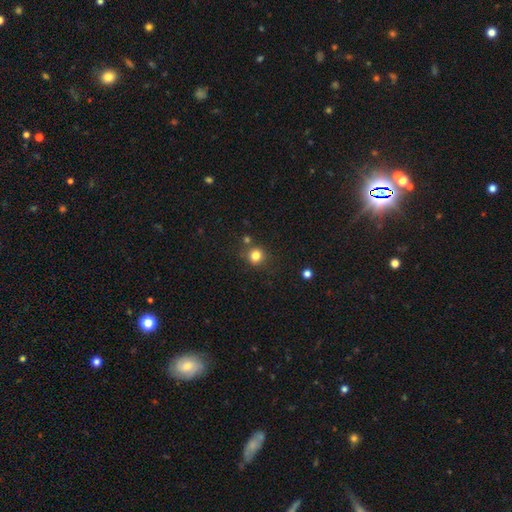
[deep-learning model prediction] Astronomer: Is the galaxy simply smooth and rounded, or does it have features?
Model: smooth — 81%.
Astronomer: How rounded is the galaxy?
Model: round — 88%.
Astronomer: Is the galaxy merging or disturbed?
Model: none — 78%.